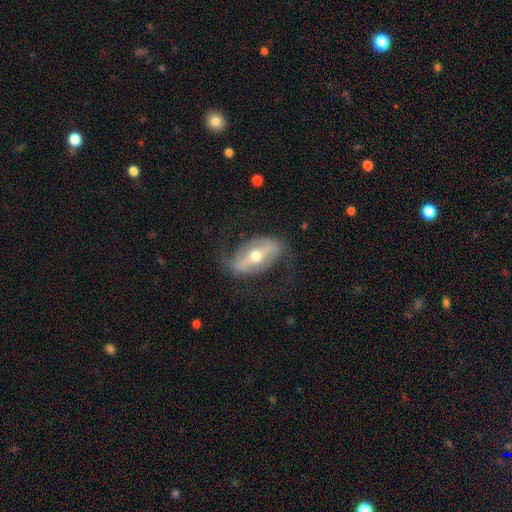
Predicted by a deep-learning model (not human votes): smooth-or-featured: featured or disk: 79% | smooth: 15% | star or artifact: 6%
  disk-edge-on: no: 88% | yes: 12%
    bar: strong: 62% | weak: 24% | no: 13%
    has-spiral-arms: yes: 79% | no: 21%
      spiral-winding: loose: 50% | medium: 35% | tight: 14%
      spiral-arm-count: 2: 87% | can't tell: 7% | 1: 3% | 3: 1% | 4: 1% | more than 4: 1%
    bulge-size: moderate: 62% | small: 32% | large: 4% | dominant: 1% | none: 1%
  merging: none: 70% | minor disturbance: 15% | major disturbance: 13% | merger: 1%